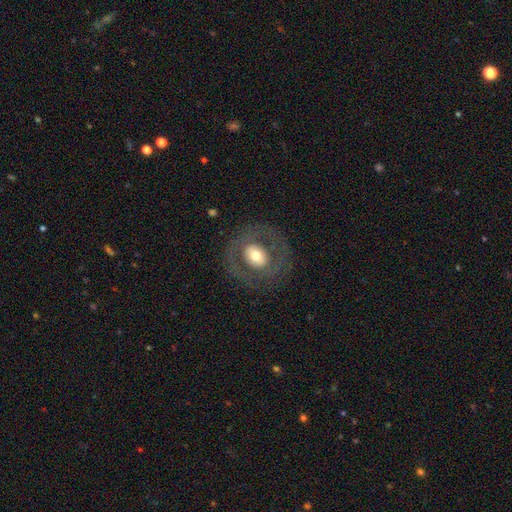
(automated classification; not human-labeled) featured or disk 49%, smooth 44%, star or artifact 8%. Down the decision tree: merging — none (77%).